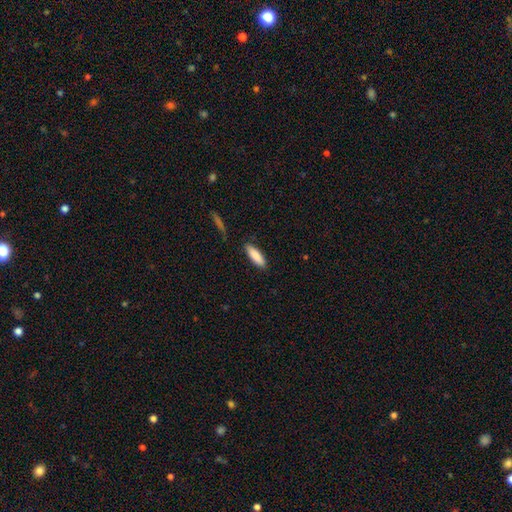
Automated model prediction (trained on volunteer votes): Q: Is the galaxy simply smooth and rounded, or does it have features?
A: smooth — 87%.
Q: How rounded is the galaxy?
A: in between — 52%.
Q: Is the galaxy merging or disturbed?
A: none — 86%.